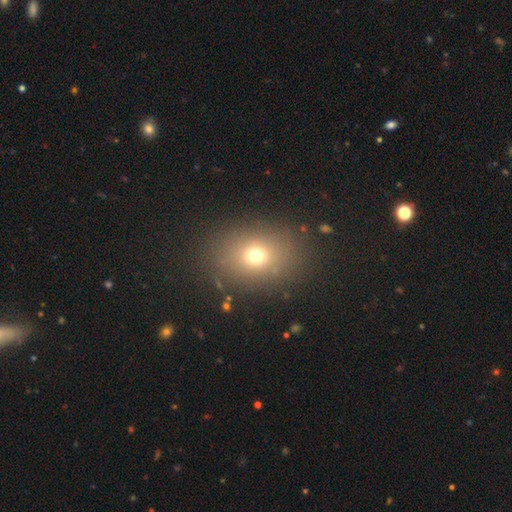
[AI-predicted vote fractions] This appears to be a smooth galaxy with no disk features (69%) that is round (50%). Merging: none (84%).